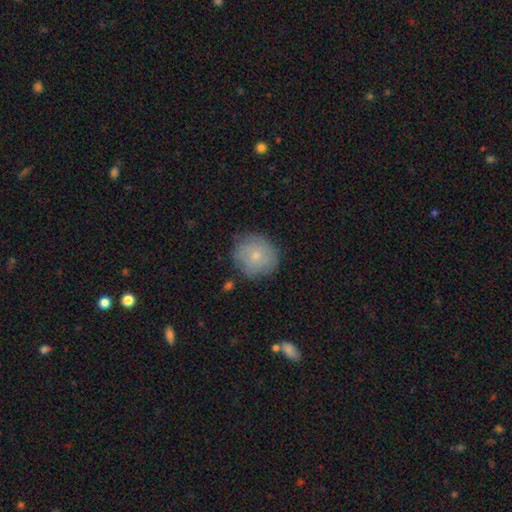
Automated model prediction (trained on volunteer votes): smooth_or_featured: smooth (p=0.53) [alt: featured or disk p=0.38]
how_rounded: round (p=0.88) [alt: in between p=0.11]
merging: none (p=0.78) [alt: minor disturbance p=0.16]